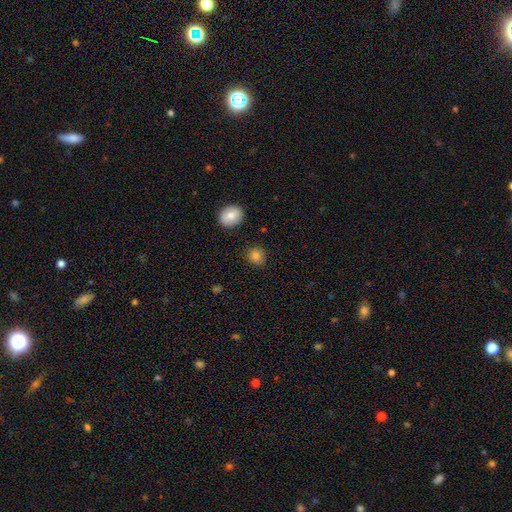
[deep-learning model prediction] A smooth galaxy with no disk features (83%) that is round (85%). Merging: none (88%).